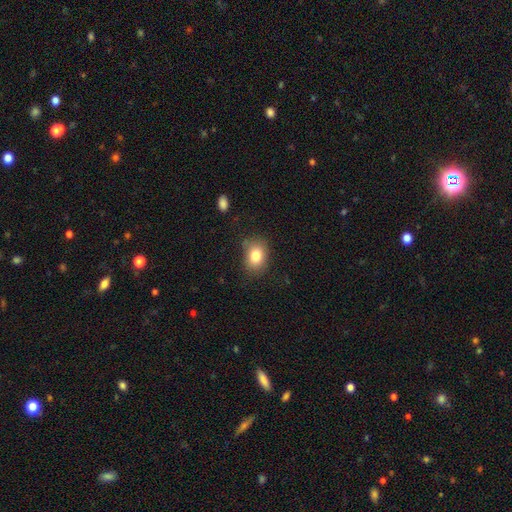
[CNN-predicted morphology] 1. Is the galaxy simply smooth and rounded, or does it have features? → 81% smooth, 10% star or artifact, 9% featured or disk.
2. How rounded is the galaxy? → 65% in between, 34% round, 1% cigar-shaped.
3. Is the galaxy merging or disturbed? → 77% none, 17% minor disturbance, 4% major disturbance, 2% merger.